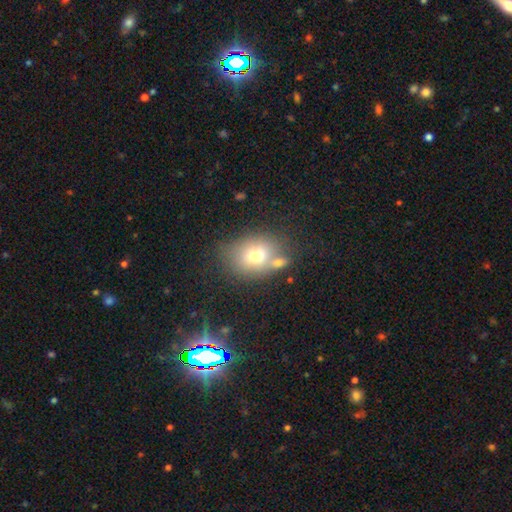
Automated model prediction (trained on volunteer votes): Overall: smooth (70%). How rounded: in between (54%; round 45%). Merging: none (56%; merger 22%).